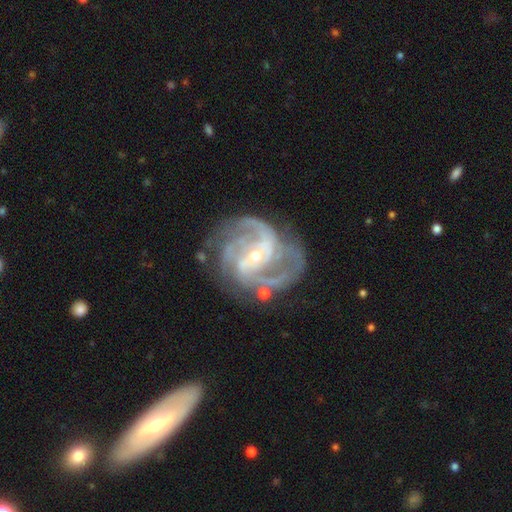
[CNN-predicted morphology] Smooth or featured? Predicted: featured or disk (p=0.91). Edge-on disk? Predicted: no (p=0.98). Bar? Predicted: weak (p=0.40). Spiral arms? Predicted: yes (p=0.97). Spiral winding? Predicted: medium (p=0.52). Spiral arm count? Predicted: 2 (p=0.38). Bulge size? Predicted: small (p=0.73). Merging? Predicted: none (p=0.66).